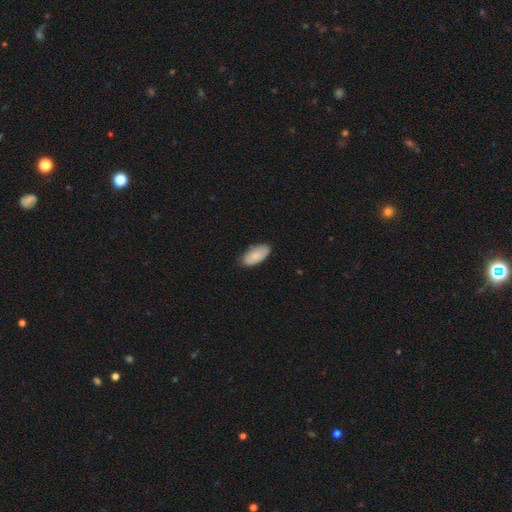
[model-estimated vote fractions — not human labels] Smooth or featured? Predicted: smooth (p=0.84). How rounded? Predicted: in between (p=0.92). Merging? Predicted: none (p=0.82).